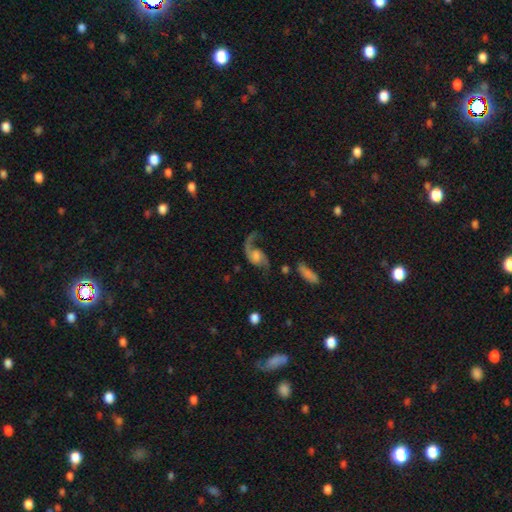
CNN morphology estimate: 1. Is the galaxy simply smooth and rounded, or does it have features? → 87% featured or disk, 7% smooth, 6% star or artifact.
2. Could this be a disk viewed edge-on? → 97% no, 3% yes.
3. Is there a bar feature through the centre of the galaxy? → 58% no, 34% weak, 8% strong.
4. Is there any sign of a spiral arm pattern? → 97% yes, 3% no.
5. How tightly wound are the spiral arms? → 73% loose, 23% medium, 4% tight.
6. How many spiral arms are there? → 84% 2, 12% 1, 2% can't tell, 1% 3, 1% 4, 1% more than 4.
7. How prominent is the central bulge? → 35% moderate, 22% small, 21% large, 19% none, 3% dominant.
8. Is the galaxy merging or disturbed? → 59% none, 19% major disturbance, 17% minor disturbance, 5% merger.